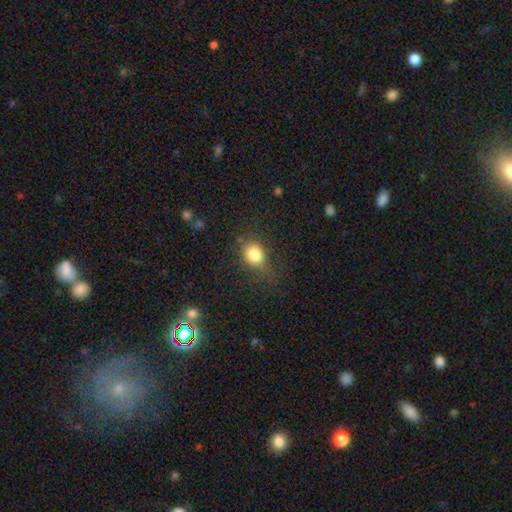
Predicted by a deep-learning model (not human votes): Smooth or featured? smooth (82%)
How rounded? round (57%)
Merging? none (64%)